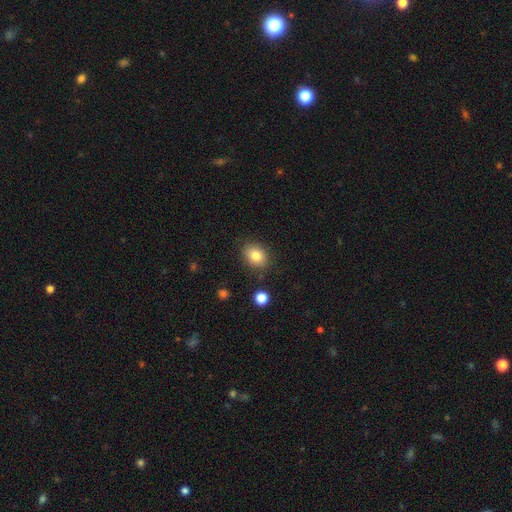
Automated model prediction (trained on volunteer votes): Q: Smooth or featured?
A: smooth (82%); runner-up: star or artifact (9%)
Q: How rounded?
A: in between (60%); runner-up: round (39%)
Q: Merging?
A: none (85%); runner-up: minor disturbance (10%)